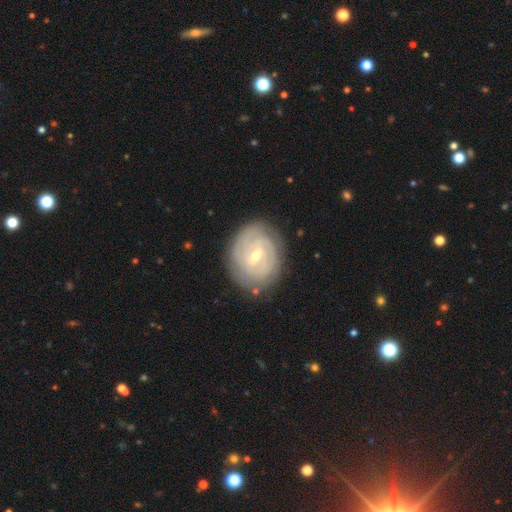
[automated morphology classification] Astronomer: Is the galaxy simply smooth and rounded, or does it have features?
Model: featured or disk — 84%.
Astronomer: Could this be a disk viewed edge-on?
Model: no — 97%.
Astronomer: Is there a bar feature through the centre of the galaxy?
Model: weak — 56%.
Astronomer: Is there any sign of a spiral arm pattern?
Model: yes — 94%.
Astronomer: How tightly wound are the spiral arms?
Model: tight — 79%.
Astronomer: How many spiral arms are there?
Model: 2 — 33% (runner-up: can't tell, 32%).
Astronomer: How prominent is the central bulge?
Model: small — 56% (runner-up: moderate, 41%).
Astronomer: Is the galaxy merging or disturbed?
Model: none — 82%.